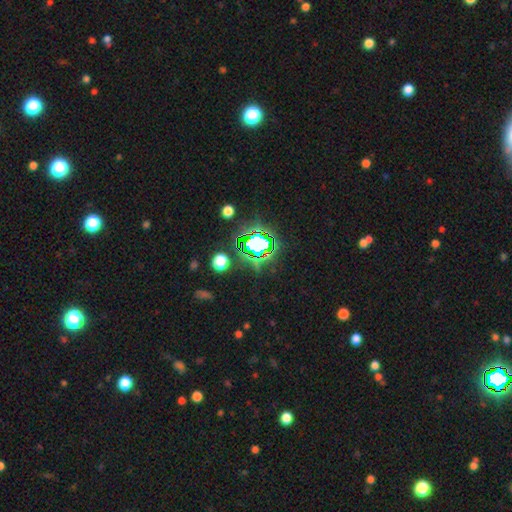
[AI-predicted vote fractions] This appears to be a star or artifact, not a galaxy (79%).